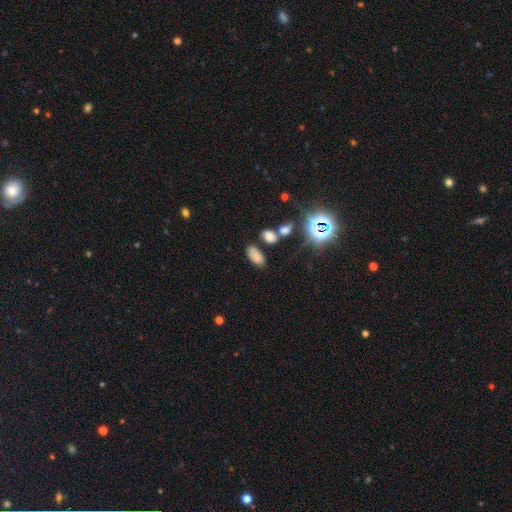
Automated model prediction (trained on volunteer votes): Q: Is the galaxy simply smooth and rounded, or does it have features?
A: smooth — 76%.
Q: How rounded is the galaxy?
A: in between — 91%.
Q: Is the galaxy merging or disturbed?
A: none — 70%.